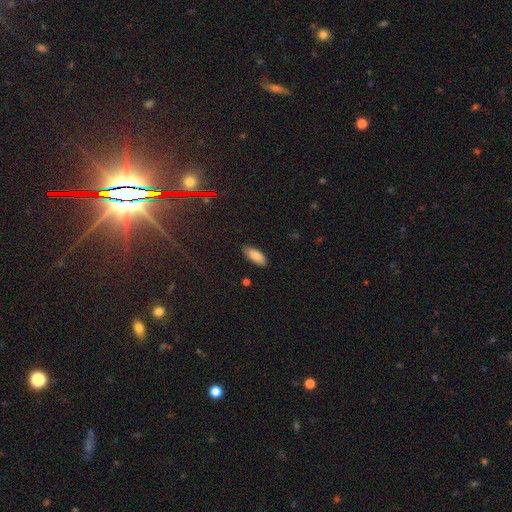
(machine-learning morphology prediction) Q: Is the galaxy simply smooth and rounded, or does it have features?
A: smooth — 86%.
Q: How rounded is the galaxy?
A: in between — 83%.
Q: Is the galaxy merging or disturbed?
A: none — 84%.